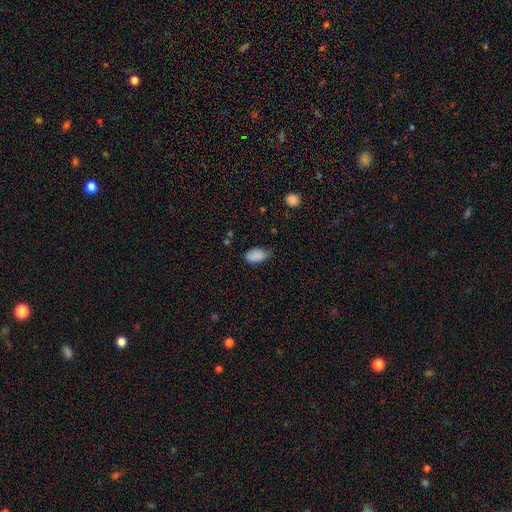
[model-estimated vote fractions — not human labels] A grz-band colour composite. It shows a smooth galaxy with no disk features (87%) that is in between round and cigar-shaped (91%). Merging: none (52%).